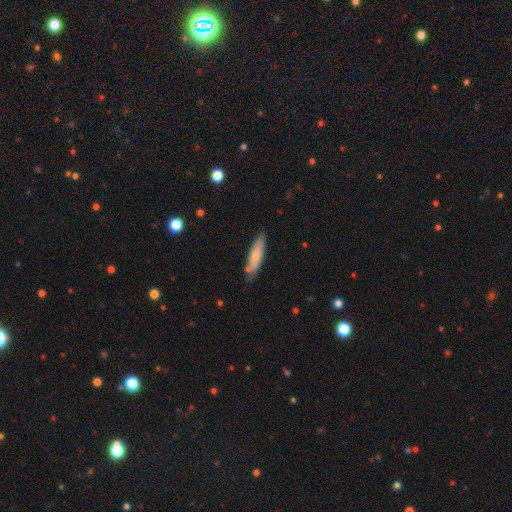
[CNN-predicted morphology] smooth-or-featured: smooth: 71% | featured or disk: 23% | star or artifact: 5%
  how-rounded: cigar-shaped: 71% | in between: 28% | round: 1%
  merging: none: 75% | minor disturbance: 18% | merger: 4% | major disturbance: 3%